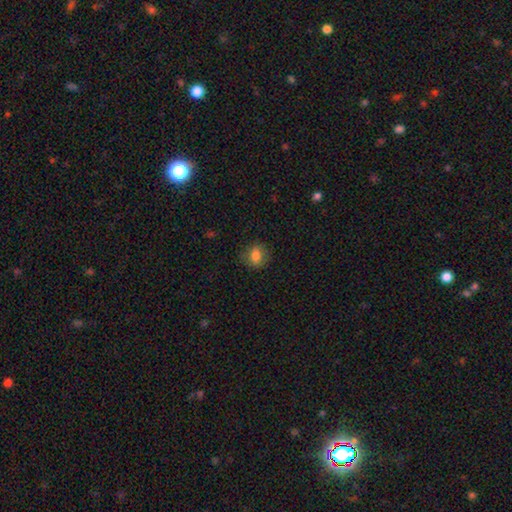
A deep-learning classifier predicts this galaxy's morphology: Smooth or featured?
  - smooth: 80% *
  - star or artifact: 10%
  - featured or disk: 10%
How rounded?
  - round: 56% *
  - in between: 43%
  - cigar-shaped: 1%
Merging?
  - none: 79% *
  - minor disturbance: 16%
  - major disturbance: 5%
  - merger: 1%